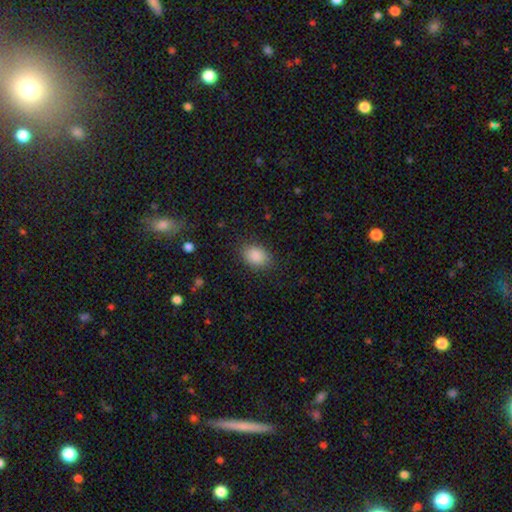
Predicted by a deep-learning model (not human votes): A smooth galaxy with no disk features (88%) that is in between round and cigar-shaped (70%).

Vote fractions:
- Smooth or featured? smooth: 88% / star or artifact: 8% / featured or disk: 4%
- How rounded? in between: 70% / round: 29% / cigar-shaped: 1%
- Merging? none: 83% / minor disturbance: 12% / major disturbance: 4% / merger: 1%